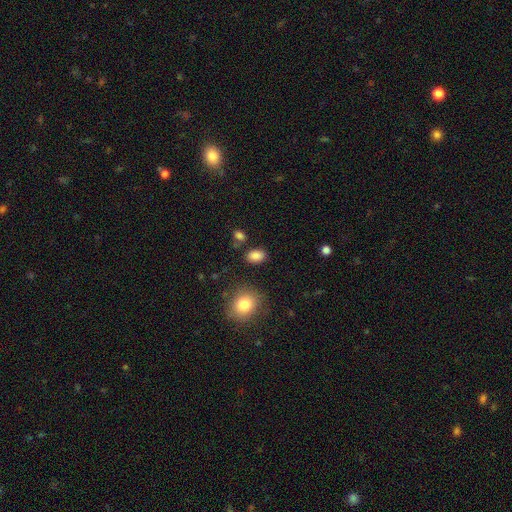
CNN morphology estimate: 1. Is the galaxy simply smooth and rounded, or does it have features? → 86% smooth, 10% star or artifact, 4% featured or disk.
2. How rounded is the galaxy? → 80% in between, 18% round, 1% cigar-shaped.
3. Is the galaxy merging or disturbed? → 82% none, 10% minor disturbance, 4% merger, 3% major disturbance.